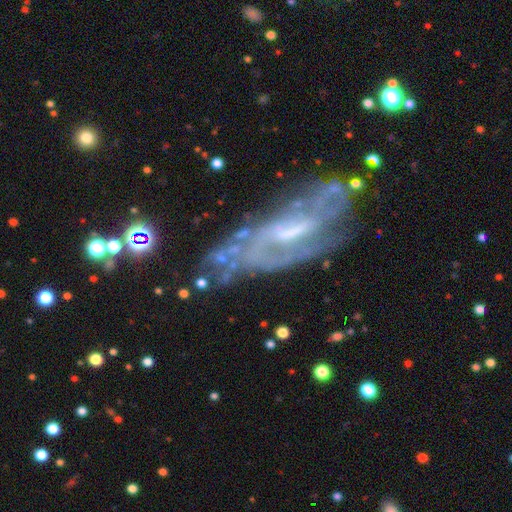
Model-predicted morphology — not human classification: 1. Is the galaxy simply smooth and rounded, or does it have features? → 79% featured or disk, 12% smooth, 9% star or artifact.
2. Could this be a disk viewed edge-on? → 85% no, 15% yes.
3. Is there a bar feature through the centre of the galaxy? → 48% weak, 28% no, 24% strong.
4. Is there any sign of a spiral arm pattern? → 82% yes, 18% no.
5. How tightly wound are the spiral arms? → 46% tight, 37% medium, 17% loose.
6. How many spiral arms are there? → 53% can't tell, 22% 2, 10% 3, 6% 4, 5% 1, 4% more than 4.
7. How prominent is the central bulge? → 42% small, 32% moderate, 22% none, 3% large, 1% dominant.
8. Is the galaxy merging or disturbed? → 64% none, 21% minor disturbance, 12% major disturbance, 4% merger.